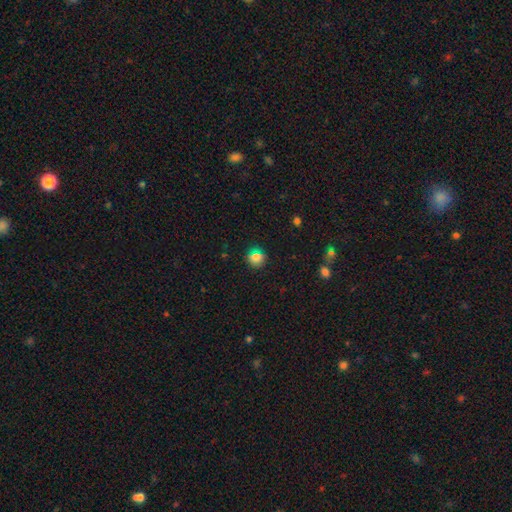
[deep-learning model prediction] A smooth galaxy with no disk features (76%) that is round (90%). Merging: none (87%).